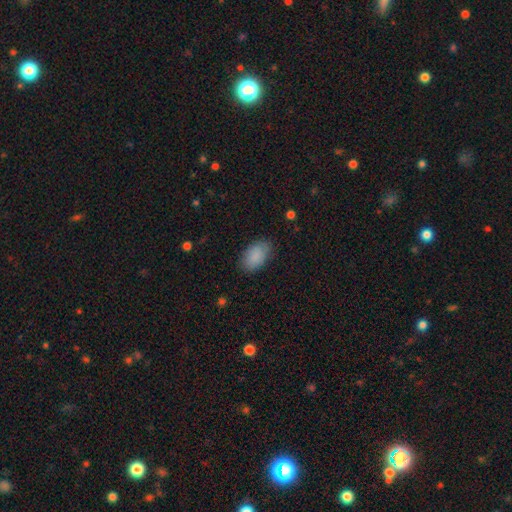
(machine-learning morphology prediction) Smooth or featured? smooth (89%)
How rounded? in between (92%)
Merging? none (82%)